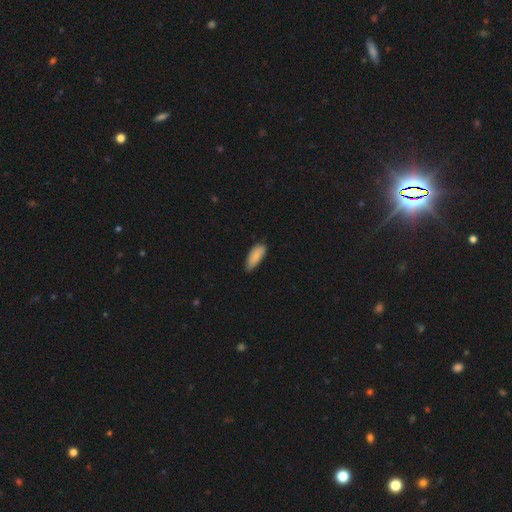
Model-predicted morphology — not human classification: Overall: smooth (84%). How rounded: in between (78%). Merging: none (65%; minor disturbance 29%).